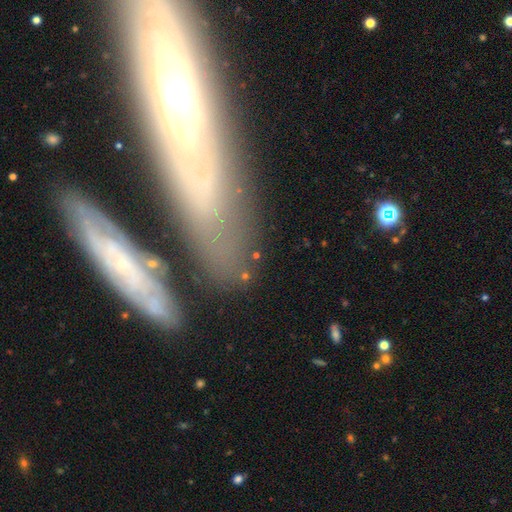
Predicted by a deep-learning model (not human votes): Smooth or featured?
  - smooth: 37% *
  - featured or disk: 35%
  - star or artifact: 28%
Merging?
  - none: 68% *
  - minor disturbance: 15%
  - major disturbance: 9%
  - merger: 8%